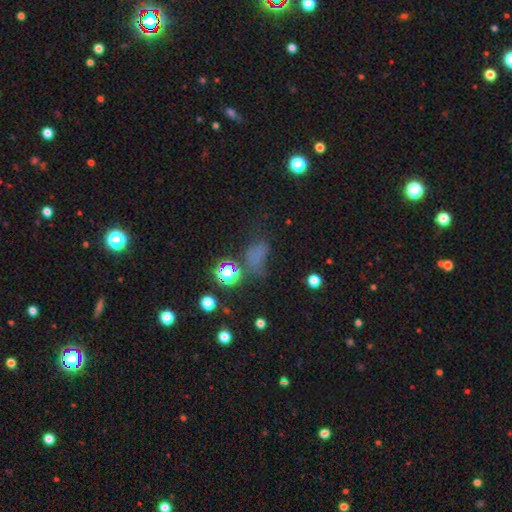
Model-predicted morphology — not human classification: A smooth galaxy with no disk features (52%) that is in between round and cigar-shaped (71%).

Vote fractions:
- Smooth or featured? smooth: 52% / star or artifact: 36% / featured or disk: 12%
- How rounded? in between: 71% / round: 25% / cigar-shaped: 4%
- Merging? none: 44% / major disturbance: 26% / minor disturbance: 22% / merger: 8%